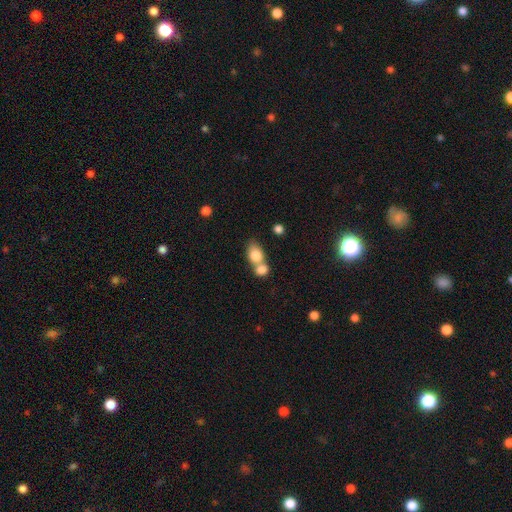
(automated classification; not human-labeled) Q: Smooth or featured?
A: smooth (81%); runner-up: featured or disk (11%)
Q: How rounded?
A: in between (66%); runner-up: round (32%)
Q: Merging?
A: merger (66%); runner-up: none (24%)